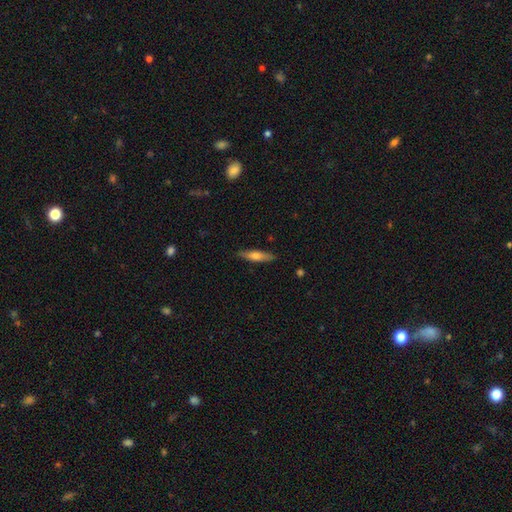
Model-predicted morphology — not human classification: Smooth or featured: smooth — 55% (featured or disk — 38%)
How rounded: cigar-shaped — 77% (in between — 22%)
Merging: none — 87% (minor disturbance — 10%)